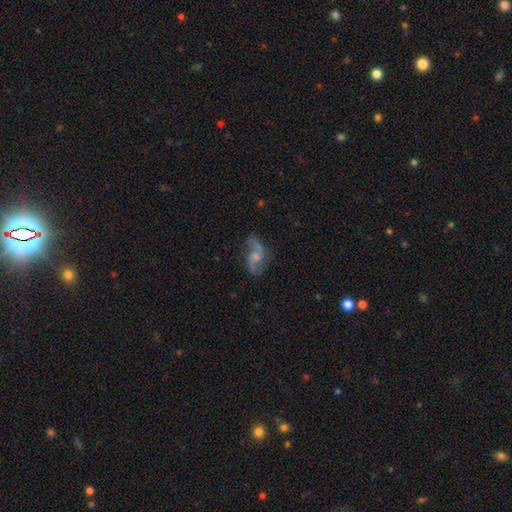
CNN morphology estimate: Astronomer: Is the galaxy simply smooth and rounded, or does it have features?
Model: featured or disk — 77%.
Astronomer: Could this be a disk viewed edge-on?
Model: no — 96%.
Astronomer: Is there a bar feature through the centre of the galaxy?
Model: no — 57% (runner-up: weak, 36%).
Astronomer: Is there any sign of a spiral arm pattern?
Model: yes — 91%.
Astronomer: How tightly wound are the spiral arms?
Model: loose — 68%.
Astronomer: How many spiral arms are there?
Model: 2 — 89%.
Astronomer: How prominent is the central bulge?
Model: small — 47% (runner-up: moderate, 38%).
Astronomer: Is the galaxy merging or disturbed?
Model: none — 64%.